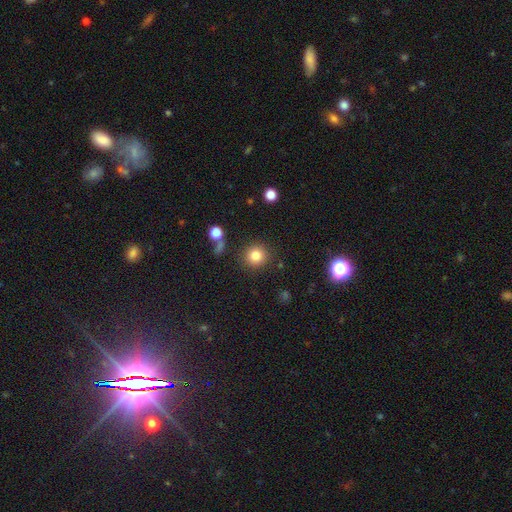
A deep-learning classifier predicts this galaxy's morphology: The model was most divided on "smooth or featured": smooth: 83%, star or artifact: 11%, featured or disk: 6%. More confident: how rounded — round (92%); merging — none (87%).